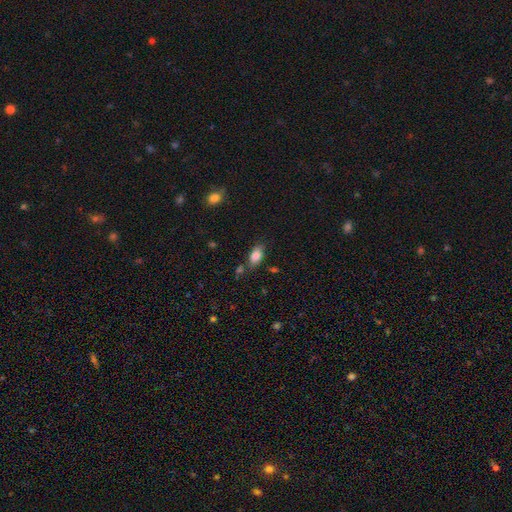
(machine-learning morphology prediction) Q: Smooth or featured?
A: smooth (84%); runner-up: featured or disk (8%)
Q: How rounded?
A: in between (90%); runner-up: round (5%)
Q: Merging?
A: none (74%); runner-up: minor disturbance (16%)